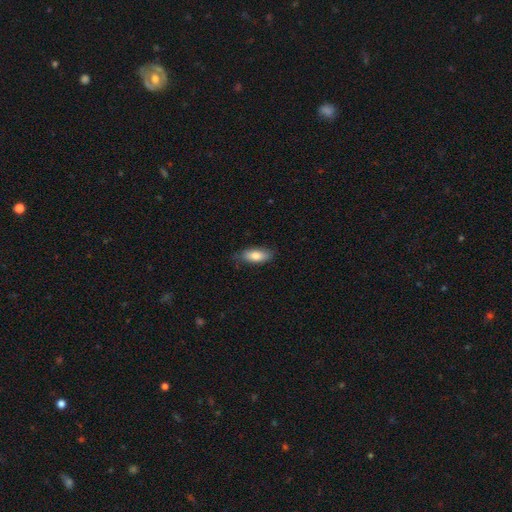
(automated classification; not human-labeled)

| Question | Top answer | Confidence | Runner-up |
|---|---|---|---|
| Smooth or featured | smooth | 79% | featured or disk (14%) |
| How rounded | in between | 80% | cigar-shaped (17%) |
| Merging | none | 77% | minor disturbance (19%) |